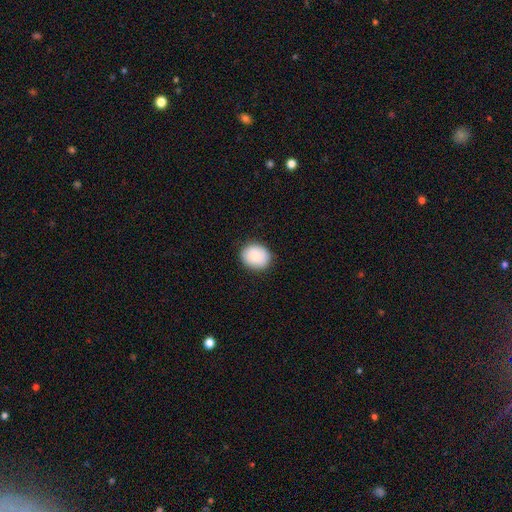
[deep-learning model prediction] A smooth galaxy with no disk features (89%) that is round (60%).

Vote fractions:
- Smooth or featured? smooth: 89% / star or artifact: 7% / featured or disk: 5%
- How rounded? round: 60% / in between: 39% / cigar-shaped: 1%
- Merging? none: 87% / minor disturbance: 9% / major disturbance: 2% / merger: 1%